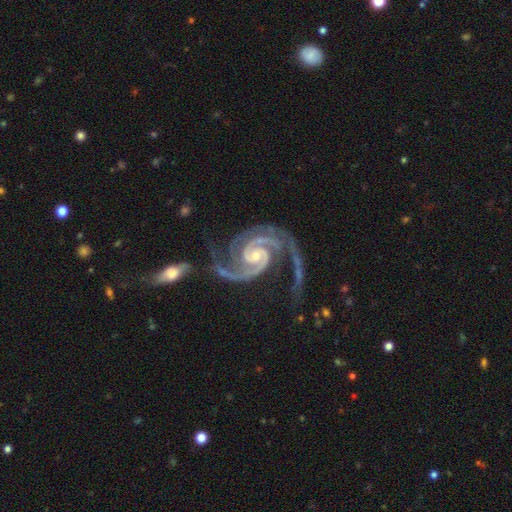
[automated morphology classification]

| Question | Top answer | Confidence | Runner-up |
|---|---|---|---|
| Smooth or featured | featured or disk | 95% | star or artifact (4%) |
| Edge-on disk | no | 98% | yes (2%) |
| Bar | no | 52% | weak (33%) |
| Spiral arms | yes | 99% | no (1%) |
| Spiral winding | tight | 47% | medium (45%) |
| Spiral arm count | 2 | 76% | 3 (13%) |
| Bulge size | small | 67% | moderate (28%) |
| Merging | none | 48% | minor disturbance (23%) |